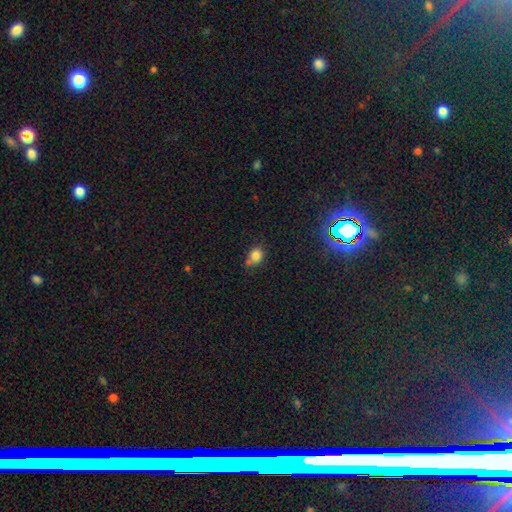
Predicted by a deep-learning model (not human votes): Morphology: type=smooth (80%); roundness=round (65%); merging=none (58%).